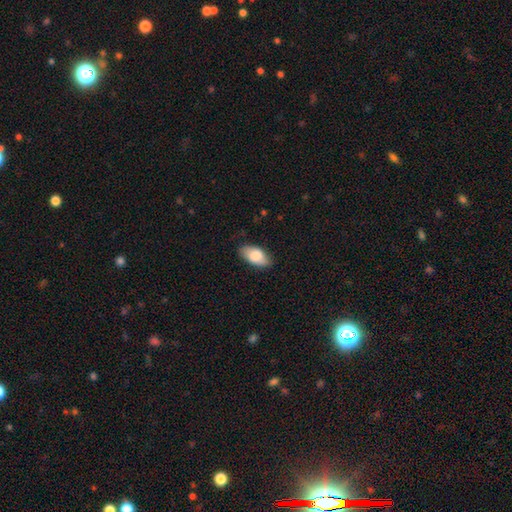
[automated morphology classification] The model was most divided on "merging": none: 81%, minor disturbance: 15%, major disturbance: 3%, merger: 1%. More confident: how rounded — in between (93%); smooth or featured — smooth (81%).